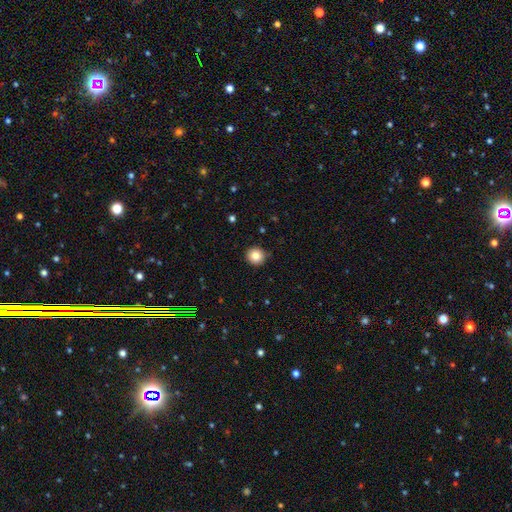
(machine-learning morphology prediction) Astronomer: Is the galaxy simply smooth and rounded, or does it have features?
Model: smooth — 83%.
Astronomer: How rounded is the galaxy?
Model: round — 95%.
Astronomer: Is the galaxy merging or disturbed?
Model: none — 90%.